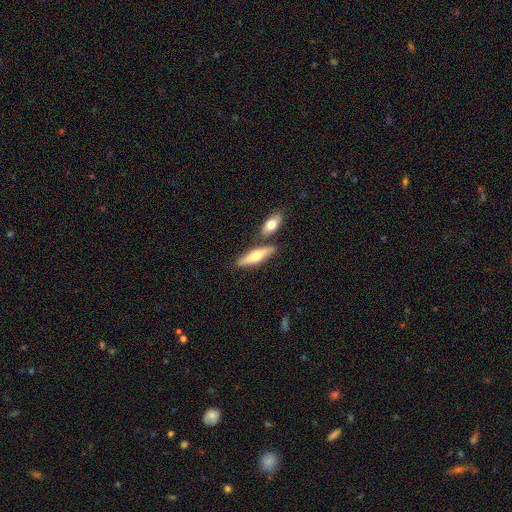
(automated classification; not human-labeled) Smooth or featured? smooth (54%)
How rounded? cigar-shaped (56%)
Merging? none (70%)